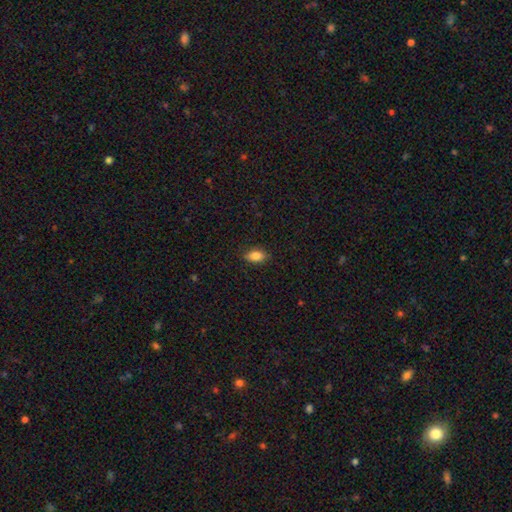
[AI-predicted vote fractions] A smooth galaxy with no disk features (86%) that is in between round and cigar-shaped (88%).

Vote fractions:
- Smooth or featured? smooth: 86% / star or artifact: 8% / featured or disk: 6%
- How rounded? in between: 88% / round: 7% / cigar-shaped: 5%
- Merging? none: 86% / minor disturbance: 11% / major disturbance: 2% / merger: 1%